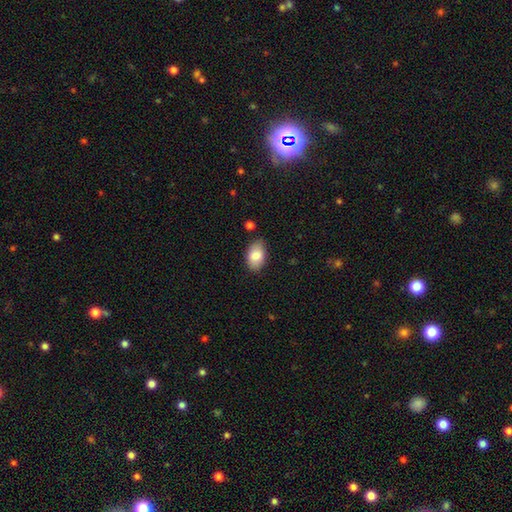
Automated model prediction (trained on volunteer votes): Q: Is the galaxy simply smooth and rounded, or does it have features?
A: smooth — 83%.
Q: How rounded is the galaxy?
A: in between — 91%.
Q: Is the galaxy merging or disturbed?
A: none — 80%.